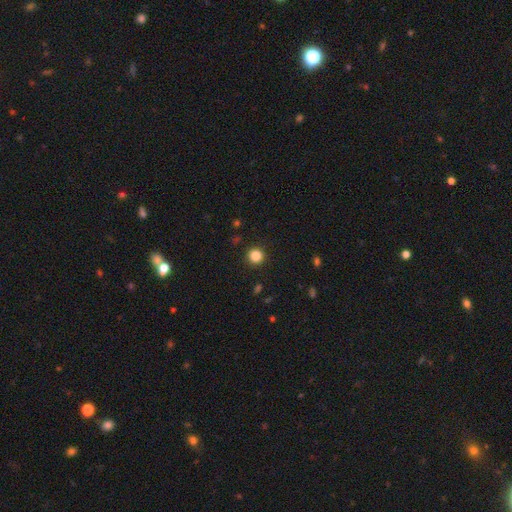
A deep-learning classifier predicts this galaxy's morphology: Q: Smooth or featured?
A: smooth (85%); runner-up: star or artifact (12%)
Q: How rounded?
A: round (95%); runner-up: in between (4%)
Q: Merging?
A: none (92%); runner-up: minor disturbance (5%)